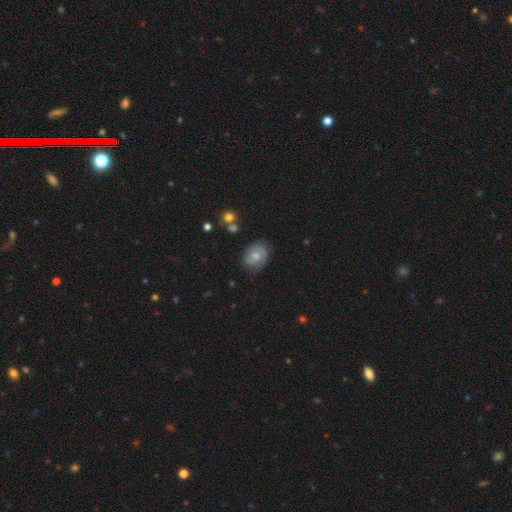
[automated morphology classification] Smooth or featured: featured or disk — 47% (smooth — 44%)
Merging: none — 71% (minor disturbance — 20%)